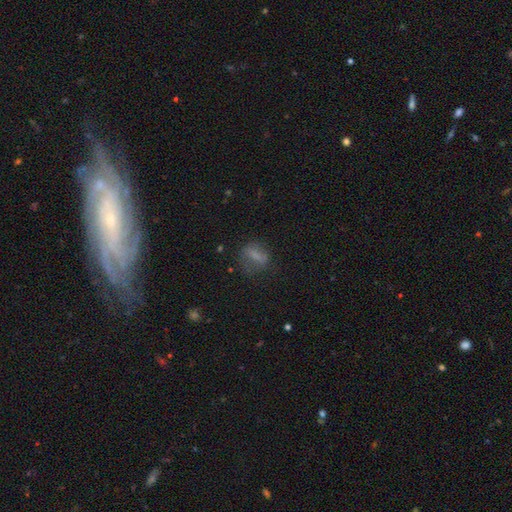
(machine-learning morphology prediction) A smooth galaxy with no disk features (62%) that is in between round and cigar-shaped (57%). Merging: none (60%).